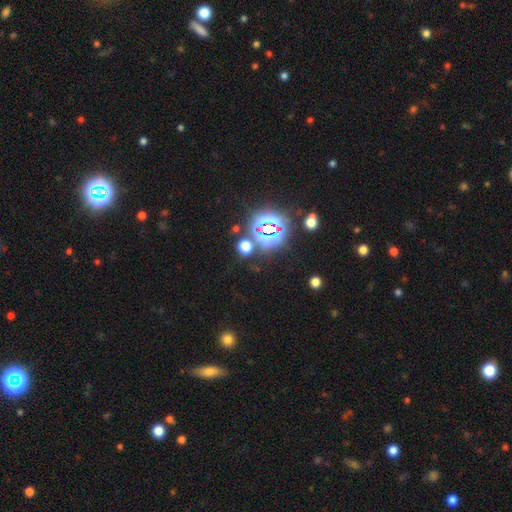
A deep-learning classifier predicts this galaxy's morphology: A star or artifact, not a galaxy (80%).

Vote fractions:
- Smooth or featured? star or artifact: 80% / smooth: 13% / featured or disk: 8%